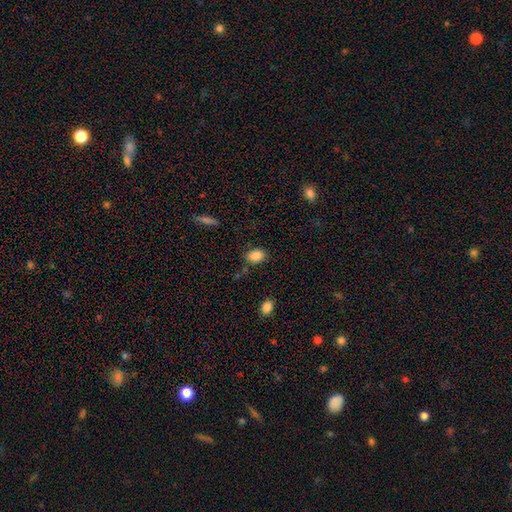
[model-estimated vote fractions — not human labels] Morphology: type=smooth (87%); roundness=in between (79%); merging=none (82%).